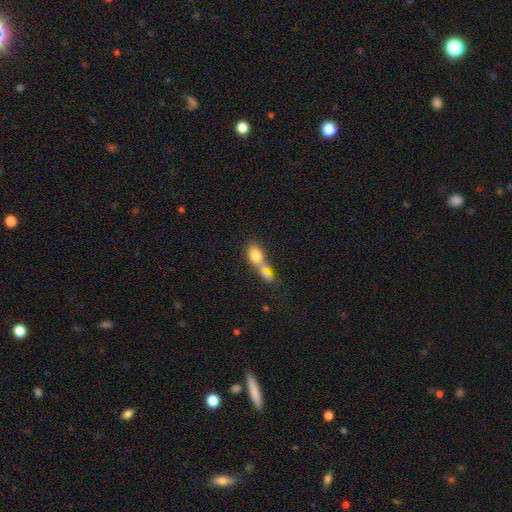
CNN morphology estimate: Q: Smooth or featured?
A: smooth (75%); runner-up: featured or disk (16%)
Q: How rounded?
A: in between (65%); runner-up: round (23%)
Q: Merging?
A: merger (57%); runner-up: none (26%)